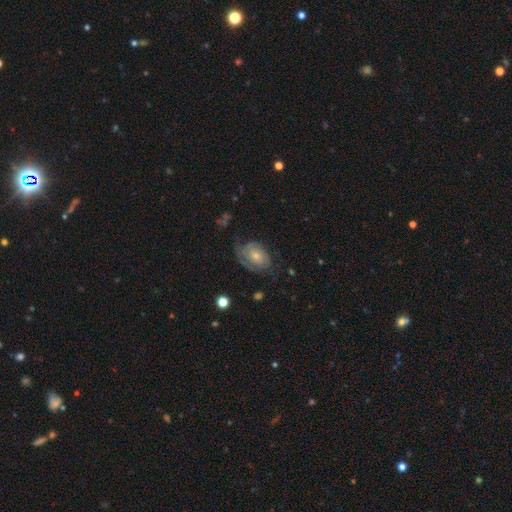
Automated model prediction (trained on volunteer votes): smooth-or-featured: featured or disk: 61% | smooth: 32% | star or artifact: 7%
  disk-edge-on: no: 96% | yes: 4%
    bar: no: 76% | weak: 20% | strong: 3%
    has-spiral-arms: yes: 81% | no: 19%
    bulge-size: small: 49% | moderate: 42% | large: 4% | none: 3% | dominant: 1%
  merging: none: 55% | minor disturbance: 26% | major disturbance: 18% | merger: 2%